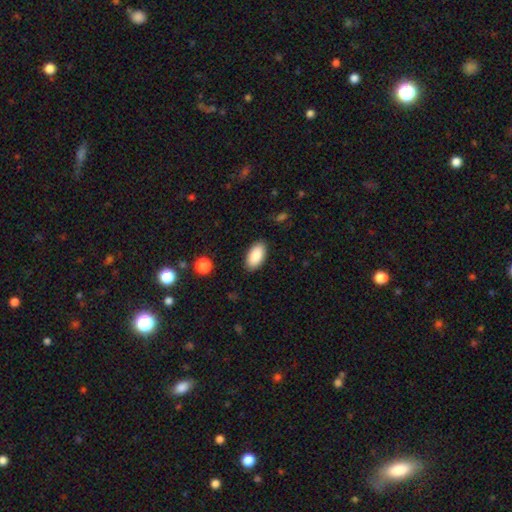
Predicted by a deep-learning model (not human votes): Smooth or featured? Predicted: smooth (p=0.87). How rounded? Predicted: in between (p=0.94). Merging? Predicted: none (p=0.88).